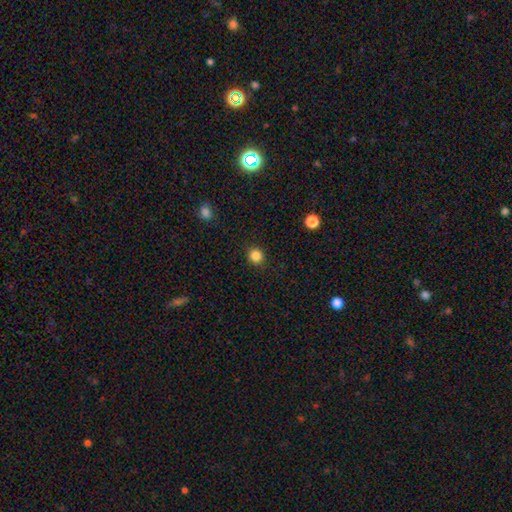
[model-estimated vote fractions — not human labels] smooth-or-featured: smooth: 85% | star or artifact: 12% | featured or disk: 3%
  how-rounded: round: 88% | in between: 11% | cigar-shaped: 1%
  merging: none: 91% | minor disturbance: 6% | major disturbance: 2% | merger: 1%